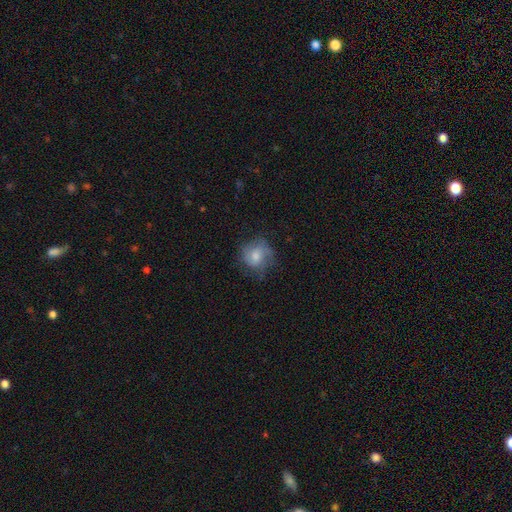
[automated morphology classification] smooth-or-featured: smooth: 59% | featured or disk: 33% | star or artifact: 8%
  how-rounded: round: 76% | in between: 23% | cigar-shaped: 1%
  merging: none: 58% | minor disturbance: 26% | major disturbance: 14% | merger: 1%